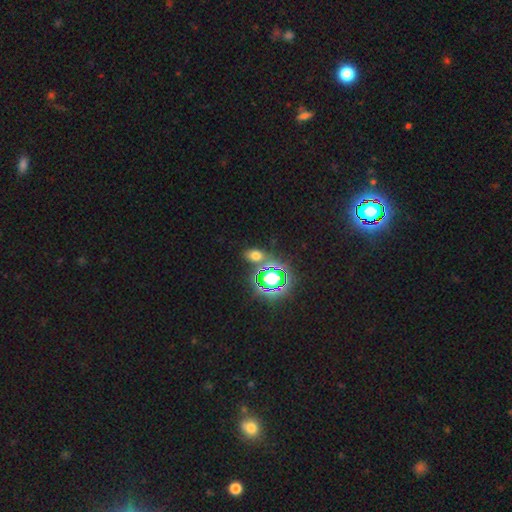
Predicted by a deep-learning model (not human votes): smooth-or-featured: smooth: 53% | star or artifact: 38% | featured or disk: 9%
  how-rounded: in between: 72% | round: 25% | cigar-shaped: 3%
  merging: none: 76% | minor disturbance: 11% | merger: 9% | major disturbance: 4%